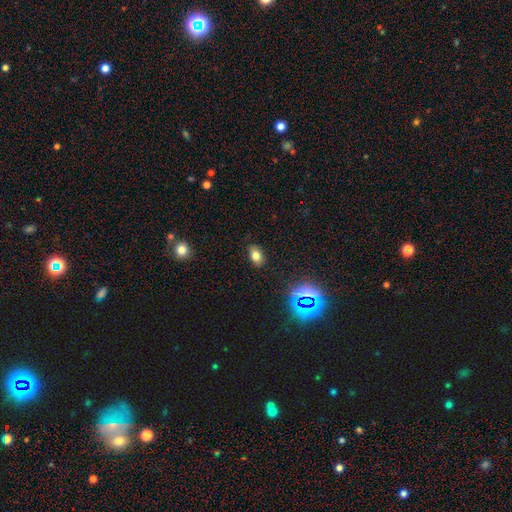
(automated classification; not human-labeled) This is likely a smooth galaxy (73%). How rounded: clearly in between (85%). Merging: clearly none (87%).